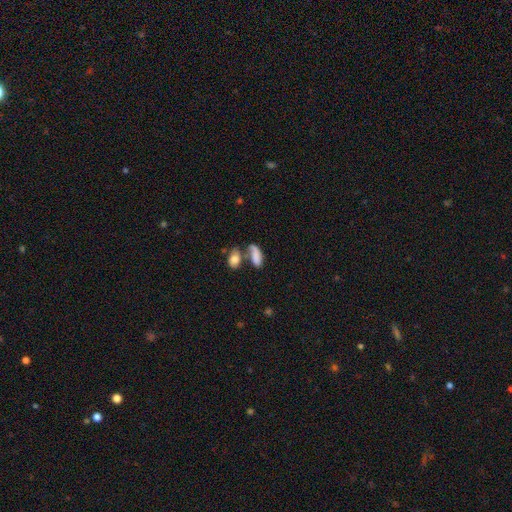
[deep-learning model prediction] smooth-or-featured: smooth: 79% | featured or disk: 13% | star or artifact: 8%
  how-rounded: in between: 83% | cigar-shaped: 12% | round: 5%
  merging: merger: 37% | none: 36% | minor disturbance: 17% | major disturbance: 10%